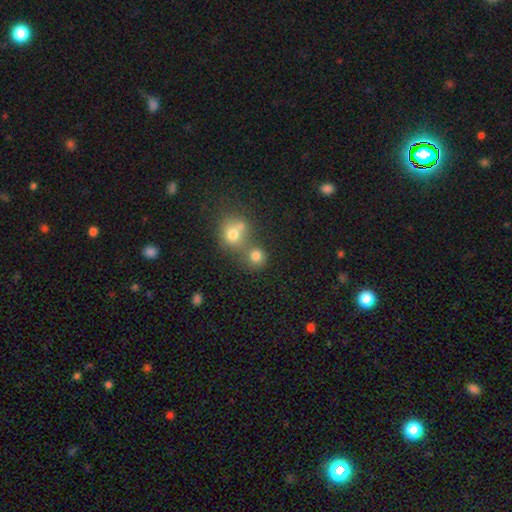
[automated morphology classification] smooth_or_featured: smooth (p=0.77) [alt: star or artifact p=0.14]
how_rounded: round (p=0.85) [alt: in between p=0.14]
merging: none (p=0.52) [alt: merger p=0.38]